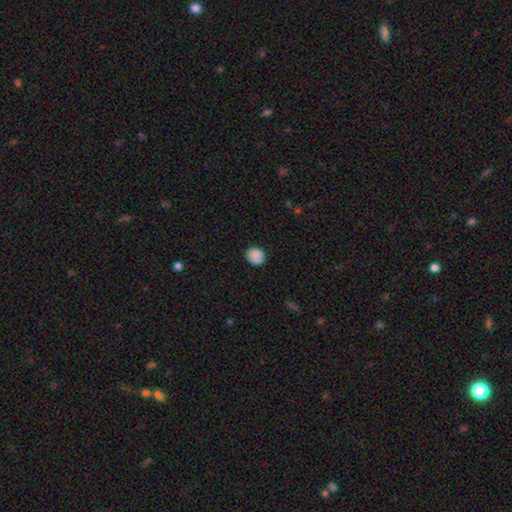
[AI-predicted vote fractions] Smooth or featured?
  - smooth: 88% *
  - star or artifact: 9%
  - featured or disk: 3%
How rounded?
  - round: 72% *
  - in between: 28%
  - cigar-shaped: 1%
Merging?
  - none: 87% *
  - minor disturbance: 10%
  - major disturbance: 2%
  - merger: 1%